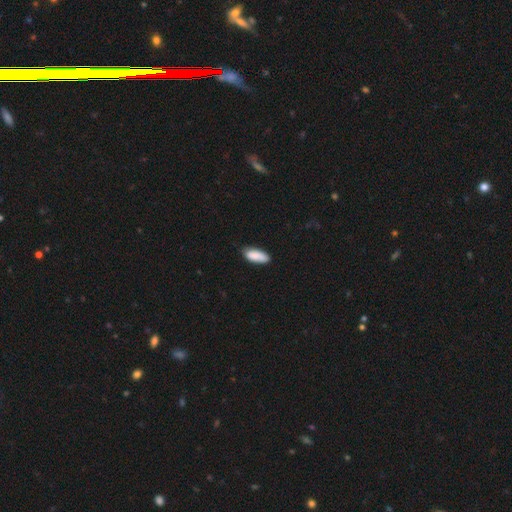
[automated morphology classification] Smooth or featured?
  - smooth: 88% *
  - featured or disk: 6%
  - star or artifact: 6%
How rounded?
  - in between: 78% *
  - cigar-shaped: 21%
  - round: 2%
Merging?
  - none: 77% *
  - minor disturbance: 19%
  - major disturbance: 3%
  - merger: 1%